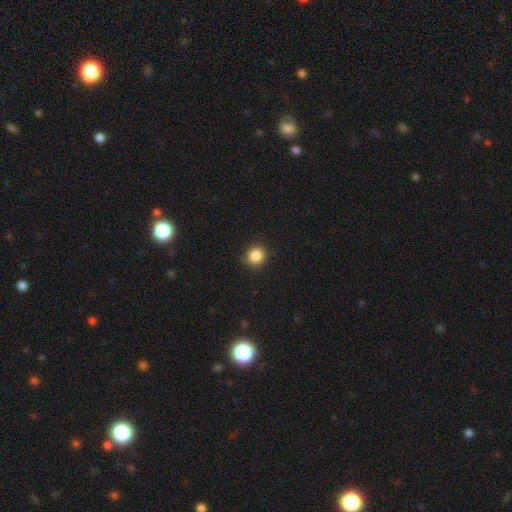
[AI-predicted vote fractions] Overall: smooth (86%). How rounded: round (85%). Merging: none (87%).